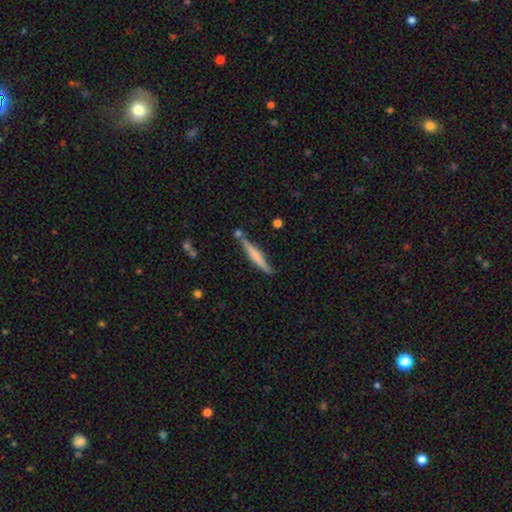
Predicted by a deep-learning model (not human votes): Smooth or featured? smooth (51%)
How rounded? cigar-shaped (93%)
Merging? none (71%)